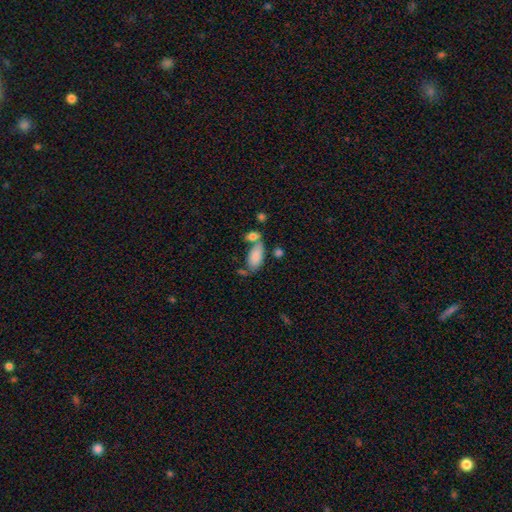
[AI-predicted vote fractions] smooth 84%, featured or disk 9%, star or artifact 7%. Down the decision tree: how rounded — in between (90%); merging — none (51%).